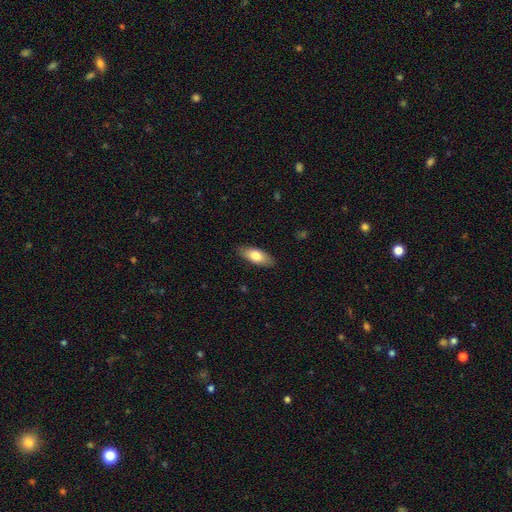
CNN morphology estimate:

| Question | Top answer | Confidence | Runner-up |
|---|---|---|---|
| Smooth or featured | smooth | 77% | featured or disk (17%) |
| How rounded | in between | 80% | cigar-shaped (18%) |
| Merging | none | 86% | minor disturbance (11%) |